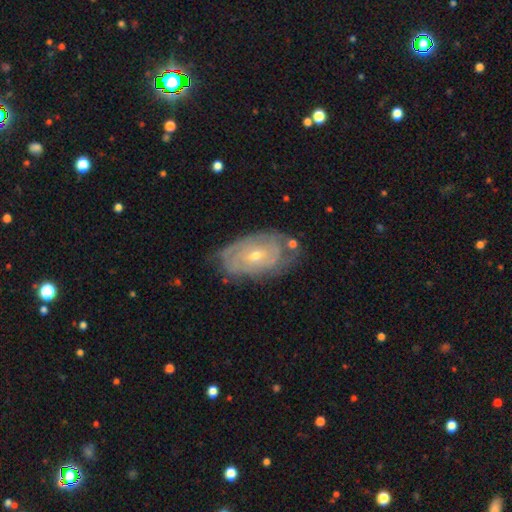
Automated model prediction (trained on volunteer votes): smooth-or-featured: featured or disk: 81% | smooth: 14% | star or artifact: 6%
  disk-edge-on: no: 95% | yes: 5%
    bar: no: 62% | weak: 31% | strong: 7%
    has-spiral-arms: yes: 88% | no: 12%
      spiral-winding: tight: 76% | medium: 19% | loose: 5%
      spiral-arm-count: can't tell: 50% | 2: 20% | 3: 13% | 4: 8% | 1: 4% | more than 4: 4%
    bulge-size: small: 56% | moderate: 41% | large: 1% | none: 1% | dominant: 1%
  merging: none: 64% | minor disturbance: 24% | major disturbance: 8% | merger: 3%